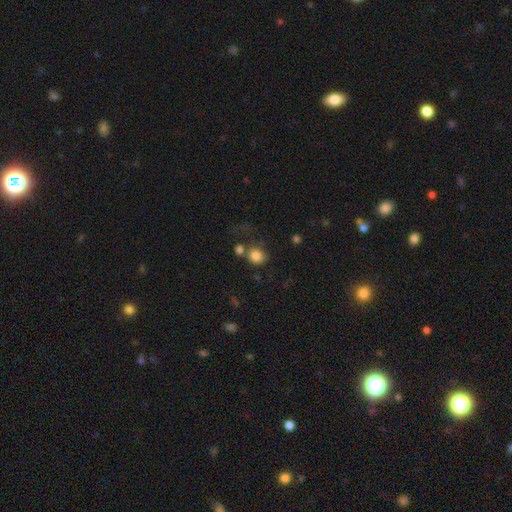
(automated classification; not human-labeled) smooth_or_featured: smooth (p=0.83) [alt: star or artifact p=0.10]
how_rounded: round (p=0.78) [alt: in between p=0.21]
merging: none (p=0.52) [alt: merger p=0.22]